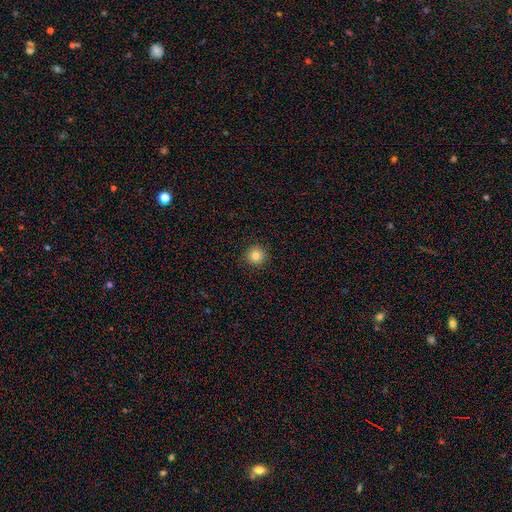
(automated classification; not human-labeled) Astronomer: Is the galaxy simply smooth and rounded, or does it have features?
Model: smooth — 82%.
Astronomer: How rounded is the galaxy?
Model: round — 95%.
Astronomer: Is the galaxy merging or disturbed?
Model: none — 92%.